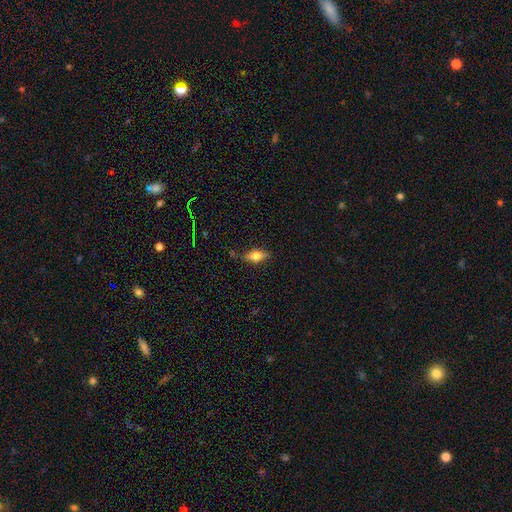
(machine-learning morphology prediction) smooth 56%, featured or disk 35%, star or artifact 9%. Down the decision tree: how rounded — in between (68%); merging — none (76%).